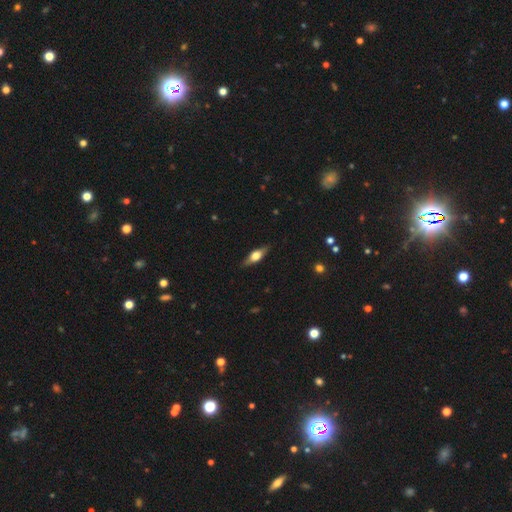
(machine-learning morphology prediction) This appears to be a featured or disk galaxy (55%) viewed edge-on (92%) with a rounded central bulge (92%). Merging: none (86%).